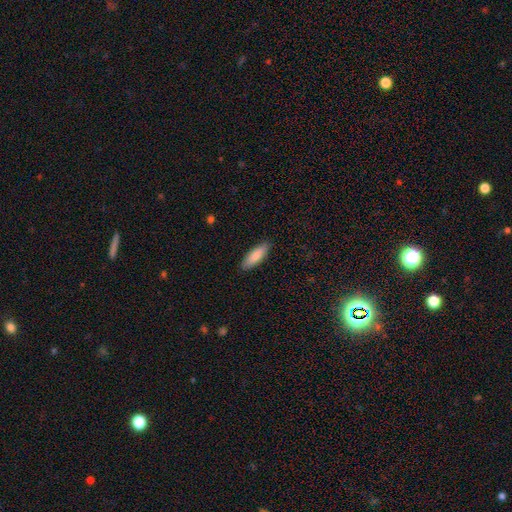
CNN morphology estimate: A smooth galaxy with no disk features (84%) that is cigar-shaped (51%). Merging: none (89%).